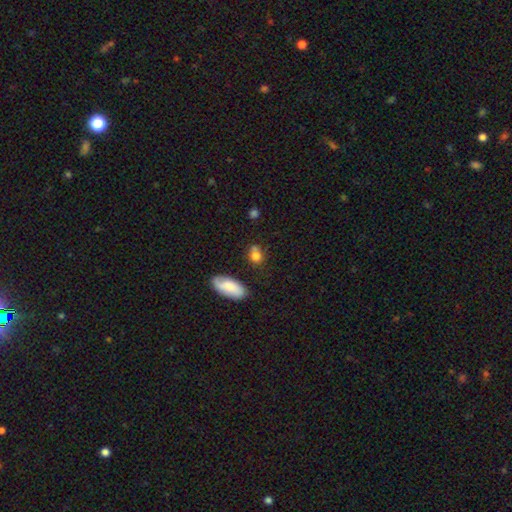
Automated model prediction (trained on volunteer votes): The model was most divided on "how rounded" (2-way tie): round: 48%, in between: 48%, cigar-shaped: 4%. More confident: smooth or featured — smooth (78%); merging — none (56%).